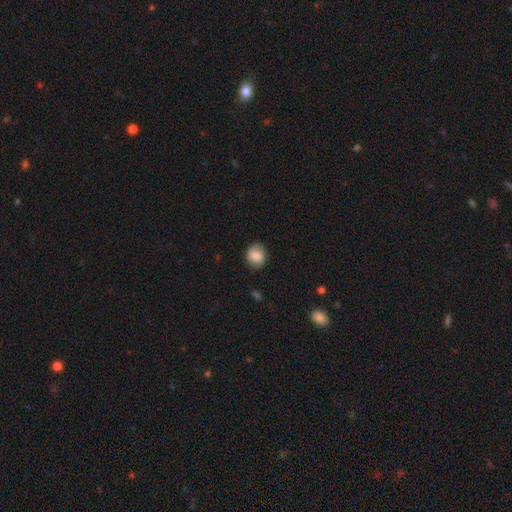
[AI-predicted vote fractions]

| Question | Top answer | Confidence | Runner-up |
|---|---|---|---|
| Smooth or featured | smooth | 76% | featured or disk (15%) |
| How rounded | round | 67% | in between (32%) |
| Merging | none | 80% | minor disturbance (15%) |